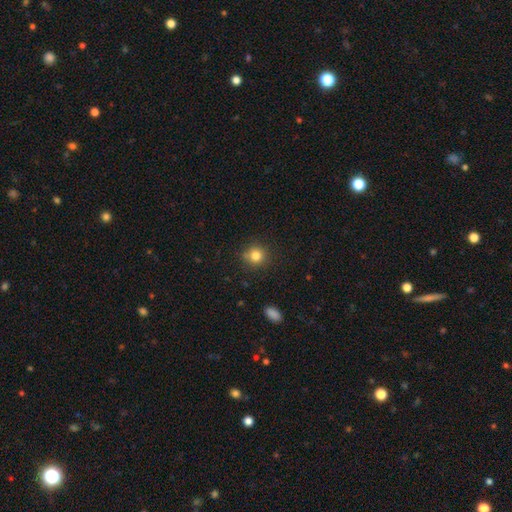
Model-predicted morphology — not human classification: Smooth or featured? Predicted: smooth (p=0.82). How rounded? Predicted: round (p=0.90). Merging? Predicted: none (p=0.84).